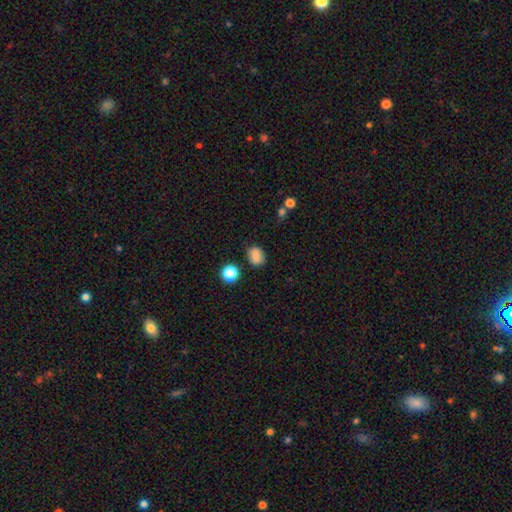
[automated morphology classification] Smooth or featured? smooth (83%)
How rounded? in between (53%)
Merging? none (80%)